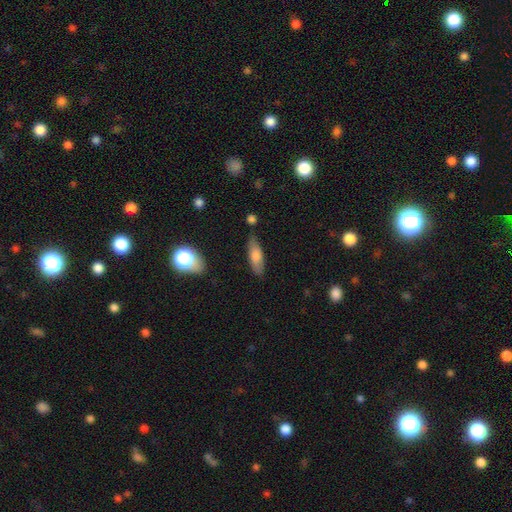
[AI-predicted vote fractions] This appears to be a smooth galaxy with no disk features (69%) that is in between round and cigar-shaped (52%). Merging: none (82%).